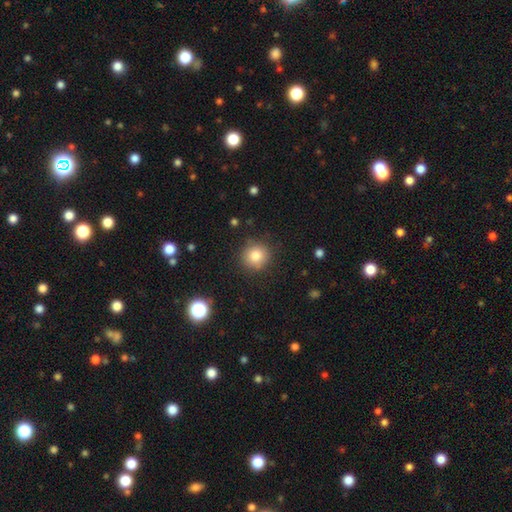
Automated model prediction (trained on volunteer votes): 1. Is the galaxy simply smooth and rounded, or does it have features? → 82% smooth, 11% star or artifact, 7% featured or disk.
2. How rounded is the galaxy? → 91% round, 8% in between, 1% cigar-shaped.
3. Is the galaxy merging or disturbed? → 87% none, 9% minor disturbance, 3% major disturbance, 1% merger.